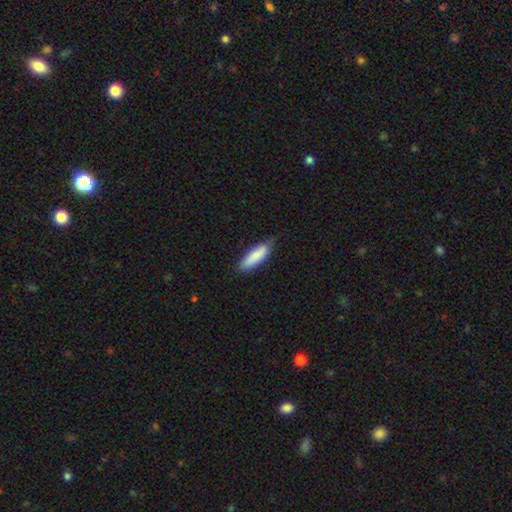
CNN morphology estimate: smooth_or_featured: smooth (p=0.85) [alt: featured or disk p=0.10]
how_rounded: cigar-shaped (p=0.49) [tied with: in between p=0.49]
merging: none (p=0.74) [alt: minor disturbance p=0.21]